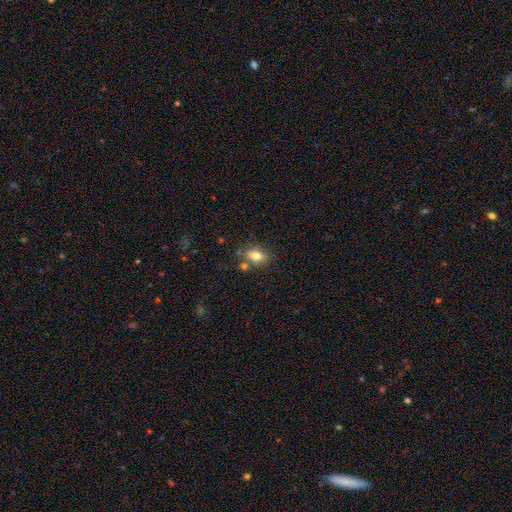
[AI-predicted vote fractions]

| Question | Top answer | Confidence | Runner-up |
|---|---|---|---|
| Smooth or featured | smooth | 72% | featured or disk (18%) |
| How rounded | in between | 79% | round (14%) |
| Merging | none | 69% | minor disturbance (15%) |